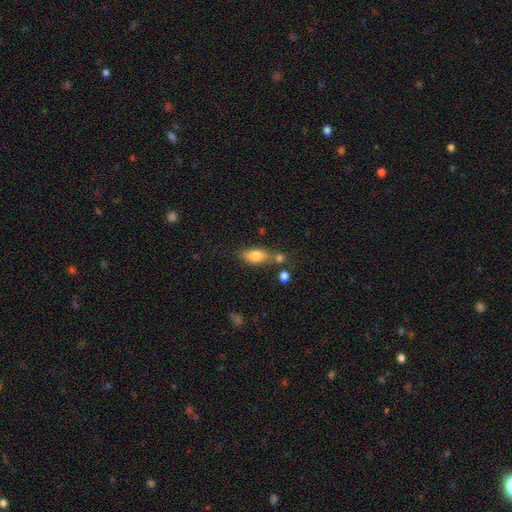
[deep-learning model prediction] Smooth or featured? Predicted: smooth (p=0.77). How rounded? Predicted: in between (p=0.83). Merging? Predicted: none (p=0.60).